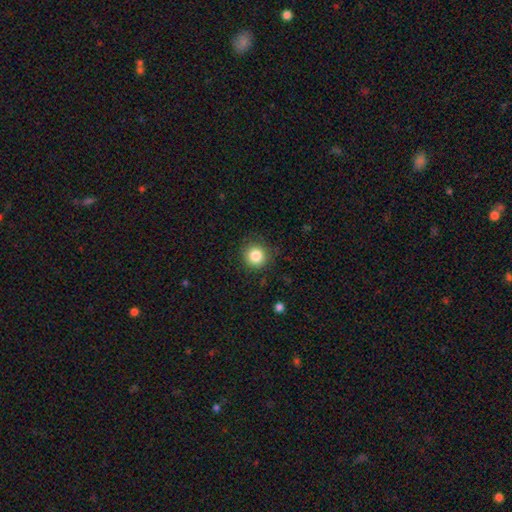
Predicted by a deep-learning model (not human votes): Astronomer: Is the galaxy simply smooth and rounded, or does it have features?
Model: smooth — 84%.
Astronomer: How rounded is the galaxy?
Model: round — 93%.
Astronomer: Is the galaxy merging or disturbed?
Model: none — 87%.